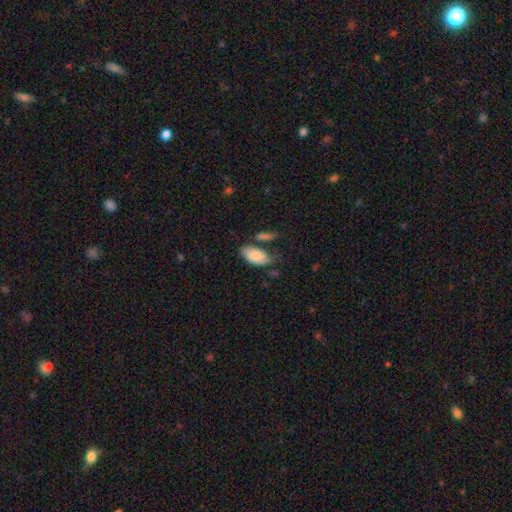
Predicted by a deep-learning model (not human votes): Overall: smooth (85%). How rounded: in between (94%). Merging: none (57%; minor disturbance 22%).